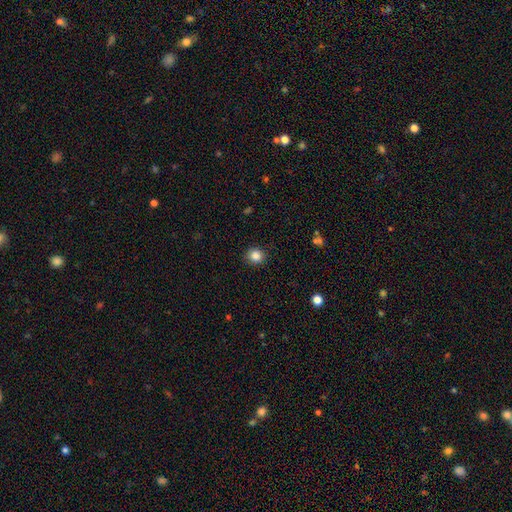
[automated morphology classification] smooth_or_featured: smooth (p=0.84) [alt: star or artifact p=0.11]
how_rounded: round (p=0.85) [alt: in between p=0.14]
merging: none (p=0.90) [alt: minor disturbance p=0.07]